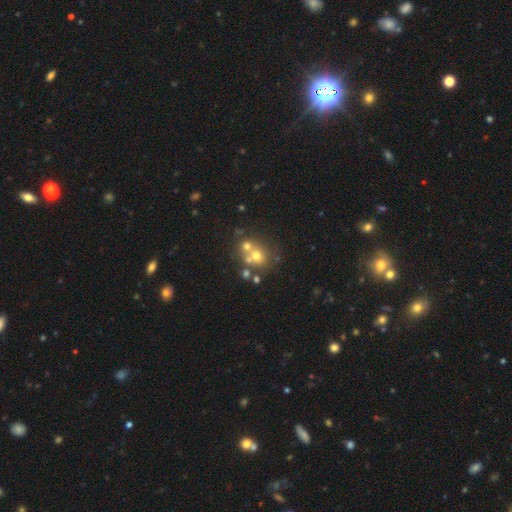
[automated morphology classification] Smooth or featured: smooth — 57% (featured or disk — 25%)
How rounded: round — 78% (in between — 21%)
Merging: none — 45% (merger — 42%)